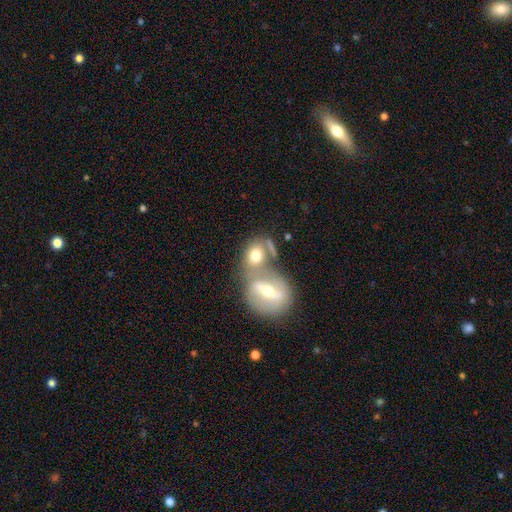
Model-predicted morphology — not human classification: A smooth galaxy with no disk features (59%) that is in between round and cigar-shaped (51%).

Vote fractions:
- Smooth or featured? smooth: 59% / featured or disk: 33% / star or artifact: 8%
- How rounded? in between: 51% / round: 45% / cigar-shaped: 3%
- Merging? merger: 50% / none: 35% / minor disturbance: 10% / major disturbance: 5%